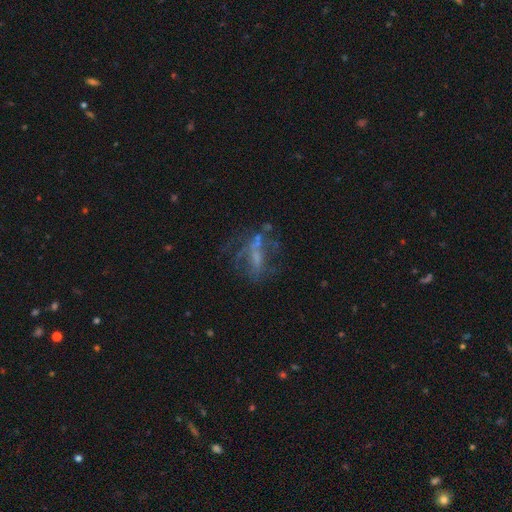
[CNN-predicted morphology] Smooth or featured: featured or disk — 58% (smooth — 24%)
Edge-on disk: no — 90% (yes — 10%)
Bar: no — 51% (weak — 30%)
Spiral arms: no — 67% (yes — 33%)
Bulge size: none — 45% (small — 32%)
Merging: none — 45% (major disturbance — 31%)